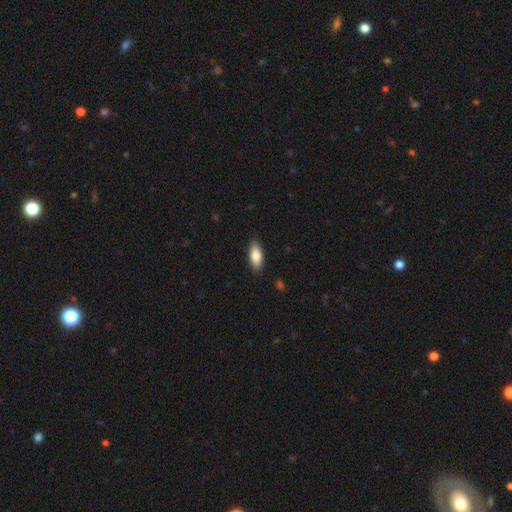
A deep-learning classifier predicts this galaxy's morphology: Smooth or featured: smooth — 84% (featured or disk — 10%)
How rounded: in between — 82% (cigar-shaped — 16%)
Merging: none — 87% (minor disturbance — 10%)